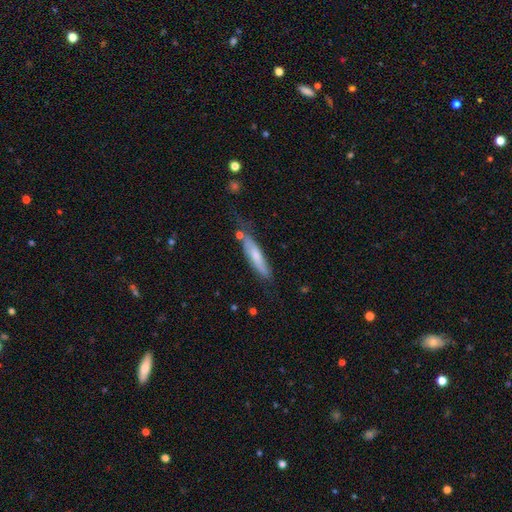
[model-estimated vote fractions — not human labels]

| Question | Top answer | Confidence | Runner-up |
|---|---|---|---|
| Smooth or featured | smooth | 60% | featured or disk (34%) |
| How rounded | cigar-shaped | 82% | in between (16%) |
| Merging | none | 59% | minor disturbance (25%) |